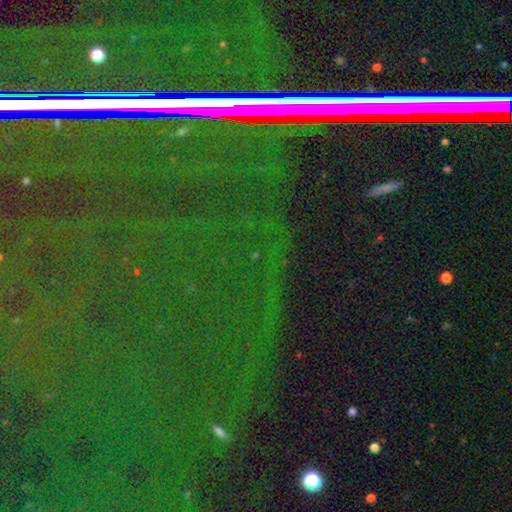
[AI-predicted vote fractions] This appears to be a star or artifact, not a galaxy (83%).